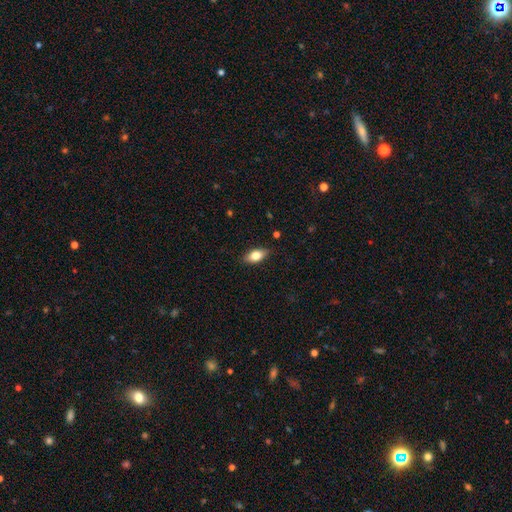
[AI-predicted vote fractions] A smooth galaxy with no disk features (75%) that is in between round and cigar-shaped (87%). Merging: none (85%).